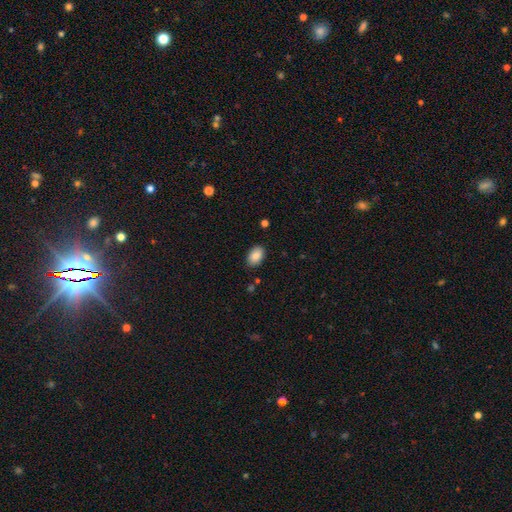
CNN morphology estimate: smooth 88%, star or artifact 7%, featured or disk 5%. Down the decision tree: how rounded — in between (90%); merging — none (86%).